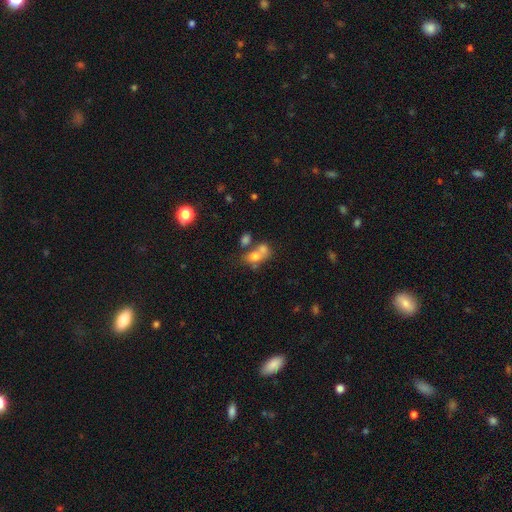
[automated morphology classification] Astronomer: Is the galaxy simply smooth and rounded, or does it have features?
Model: smooth — 64%.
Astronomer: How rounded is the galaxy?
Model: in between — 59% (runner-up: round, 39%).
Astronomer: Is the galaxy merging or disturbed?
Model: merger — 54% (runner-up: none, 29%).